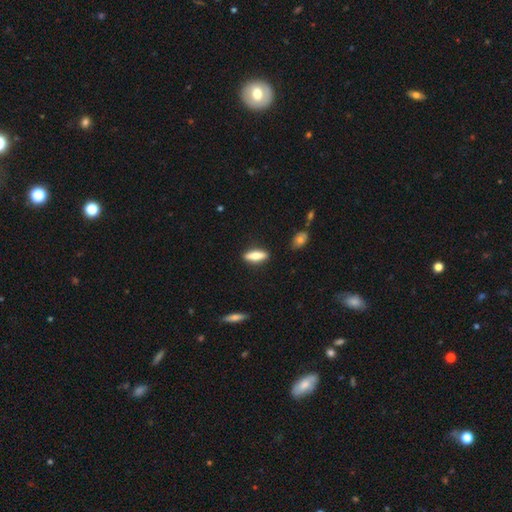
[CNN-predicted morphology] Q: Smooth or featured?
A: smooth (73%); runner-up: featured or disk (20%)
Q: How rounded?
A: in between (49%); runner-up: cigar-shaped (48%)
Q: Merging?
A: none (87%); runner-up: minor disturbance (9%)